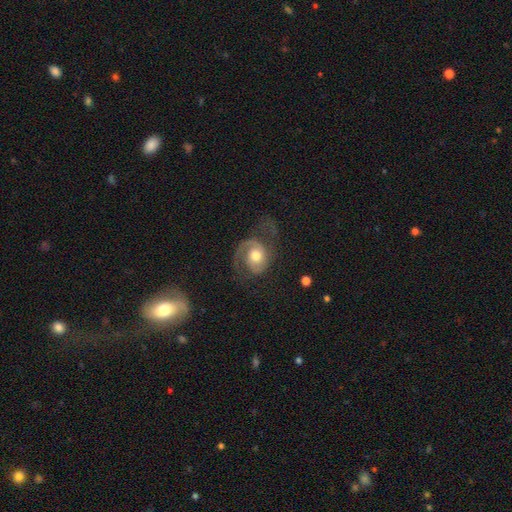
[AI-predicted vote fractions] A featured or disk galaxy (78%) with no bar (71%), 2 (67%) medium (47%) spiral arms (94%) and a moderate central bulge (69%). Merging: none (52%).